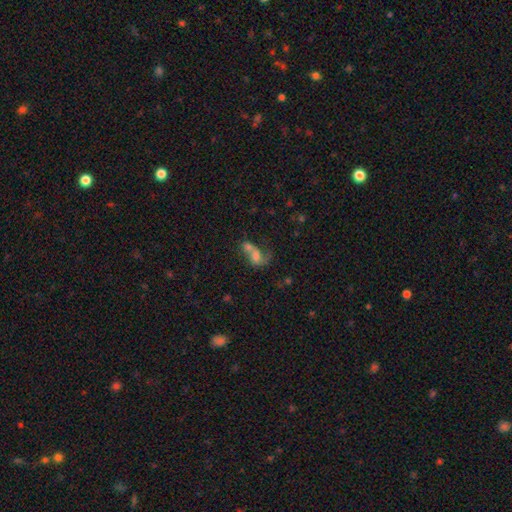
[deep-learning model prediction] This is possibly a smooth galaxy (56%). How rounded: likely in between (66%). Merging: likely merger (68%).